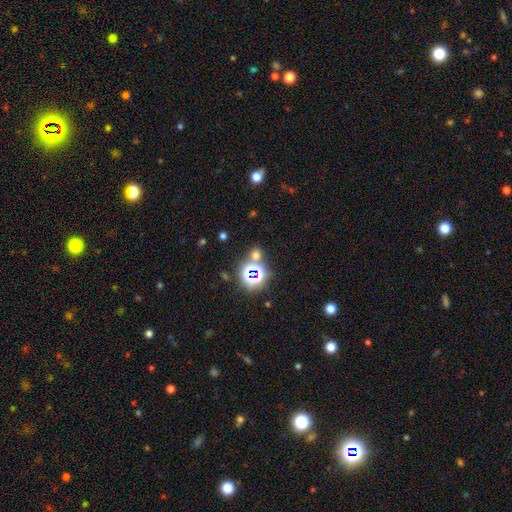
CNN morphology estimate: Overall: star or artifact (48%; smooth 46%).